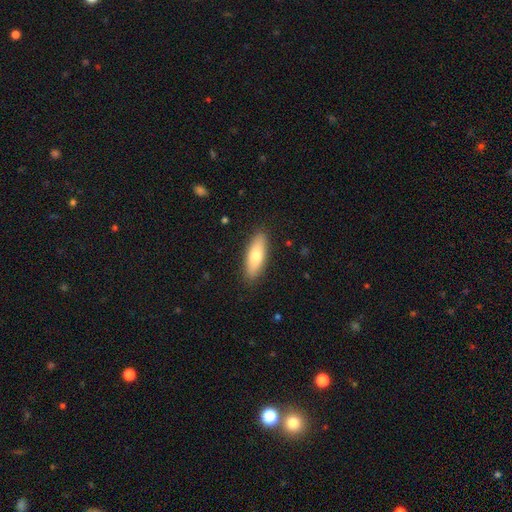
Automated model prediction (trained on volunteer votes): Overall: smooth (74%). How rounded: in between (58%; cigar-shaped 40%). Merging: none (88%).